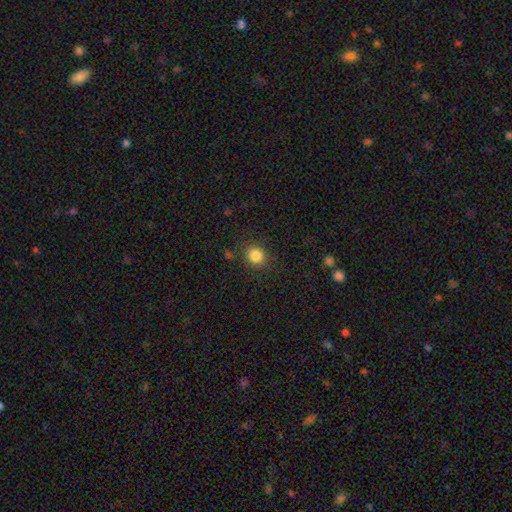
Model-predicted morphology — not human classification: The model was most divided on "smooth or featured": smooth: 84%, star or artifact: 11%, featured or disk: 4%. More confident: how rounded — round (89%); merging — none (86%).